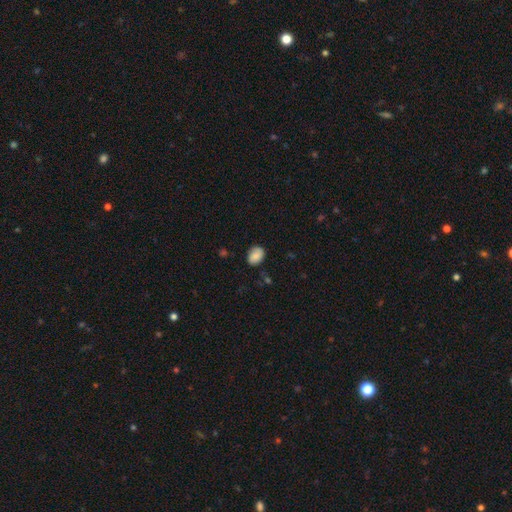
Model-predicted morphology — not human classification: Q: Smooth or featured?
A: smooth (83%); runner-up: featured or disk (9%)
Q: How rounded?
A: in between (65%); runner-up: round (34%)
Q: Merging?
A: none (77%); runner-up: minor disturbance (18%)